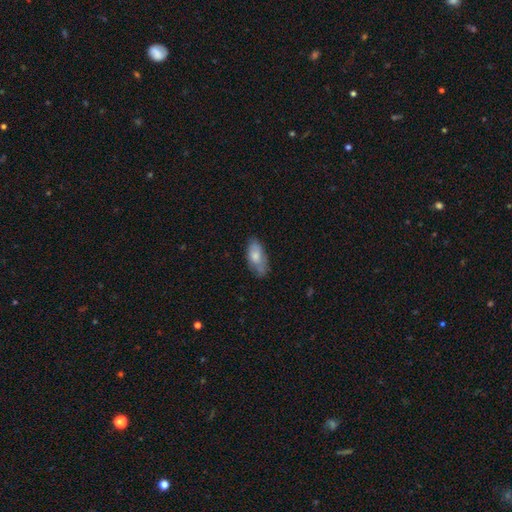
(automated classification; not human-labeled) A smooth galaxy with no disk features (72%) that is in between round and cigar-shaped (89%).

Vote fractions:
- Smooth or featured? smooth: 72% / featured or disk: 21% / star or artifact: 7%
- How rounded? in between: 89% / cigar-shaped: 8% / round: 3%
- Merging? none: 63% / minor disturbance: 28% / major disturbance: 7% / merger: 2%